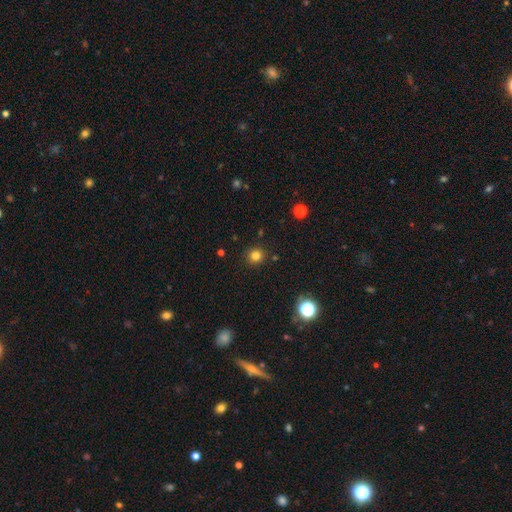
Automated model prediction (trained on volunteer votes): Smooth or featured? Predicted: smooth (p=0.80). How rounded? Predicted: round (p=0.90). Merging? Predicted: none (p=0.89).